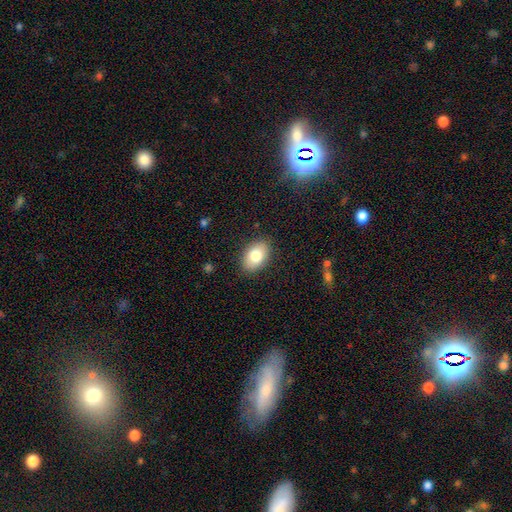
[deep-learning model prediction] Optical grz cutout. It shows a smooth galaxy with no disk features (80%) that is in between round and cigar-shaped (88%). Merging: none (87%).